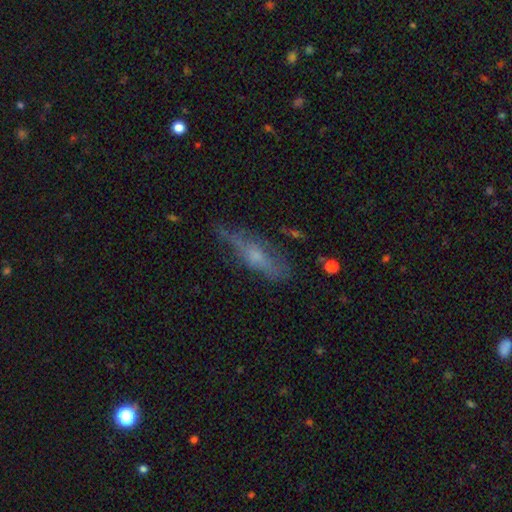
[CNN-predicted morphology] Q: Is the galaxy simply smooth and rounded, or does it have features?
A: featured or disk — 54%.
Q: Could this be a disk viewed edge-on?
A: yes — 63%.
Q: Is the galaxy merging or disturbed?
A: none — 60%.